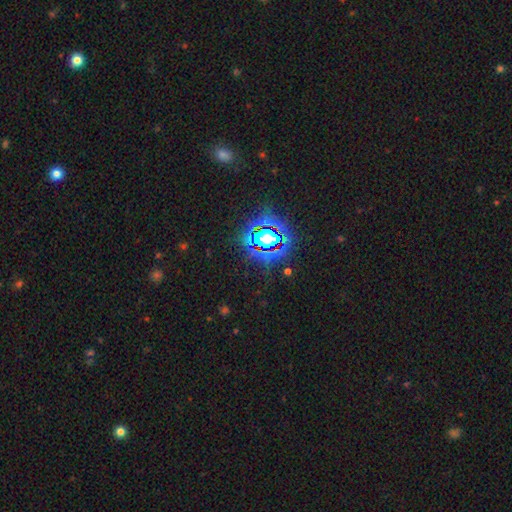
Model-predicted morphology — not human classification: Smooth or featured? star or artifact (83%)